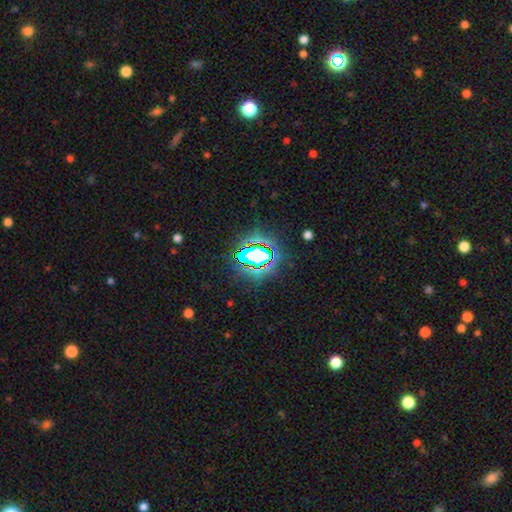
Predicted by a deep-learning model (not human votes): Morphology: type=star or artifact (66%).